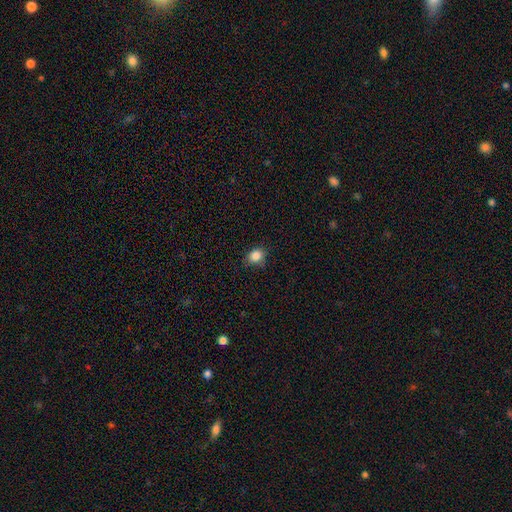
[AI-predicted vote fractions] Smooth or featured? smooth (85%)
How rounded? round (52%)
Merging? none (76%)